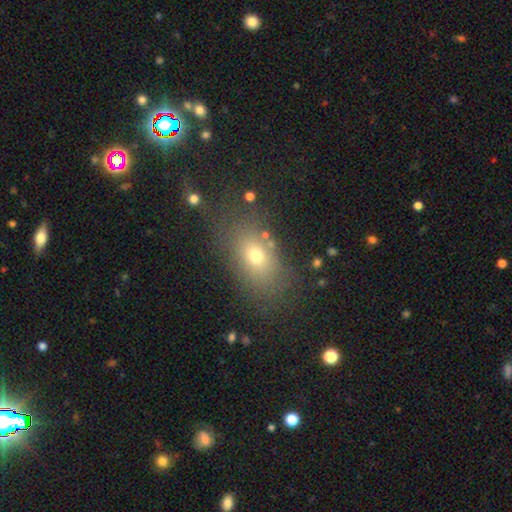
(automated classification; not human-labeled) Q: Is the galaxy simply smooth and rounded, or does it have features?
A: smooth — 68%.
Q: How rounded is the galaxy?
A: in between — 74%.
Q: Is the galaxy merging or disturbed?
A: none — 73%.